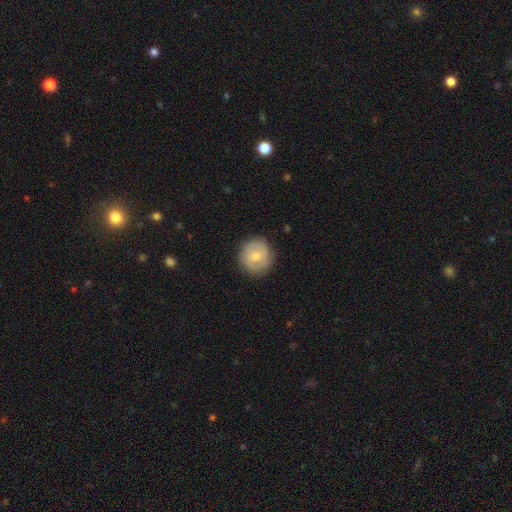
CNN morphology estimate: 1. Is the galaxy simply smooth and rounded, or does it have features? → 64% smooth, 30% featured or disk, 7% star or artifact.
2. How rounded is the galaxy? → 93% round, 6% in between, 1% cigar-shaped.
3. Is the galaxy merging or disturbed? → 87% none, 9% minor disturbance, 3% major disturbance, 1% merger.